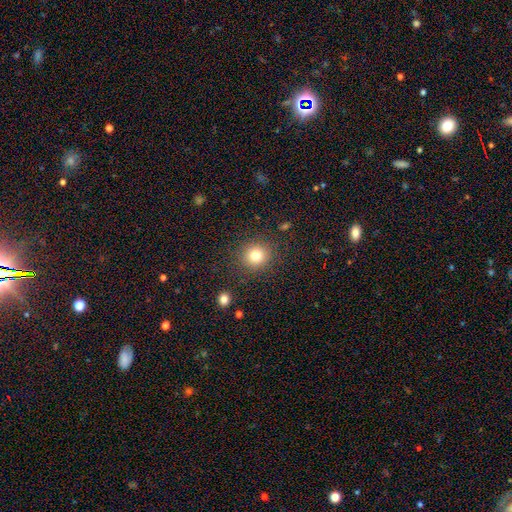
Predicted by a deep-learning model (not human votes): Smooth or featured?
  - smooth: 79% *
  - star or artifact: 13%
  - featured or disk: 8%
How rounded?
  - round: 90% *
  - in between: 9%
  - cigar-shaped: 1%
Merging?
  - none: 87% *
  - minor disturbance: 7%
  - major disturbance: 3%
  - merger: 2%